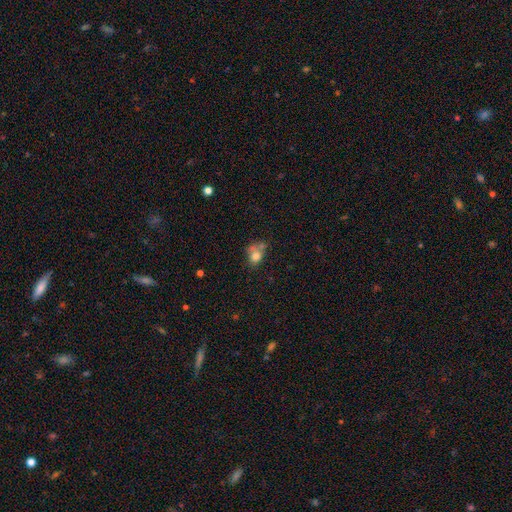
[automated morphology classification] Smooth or featured: smooth — 75% (featured or disk — 14%)
How rounded: round — 53% (in between — 46%)
Merging: merger — 33% (tied with none — 33%)